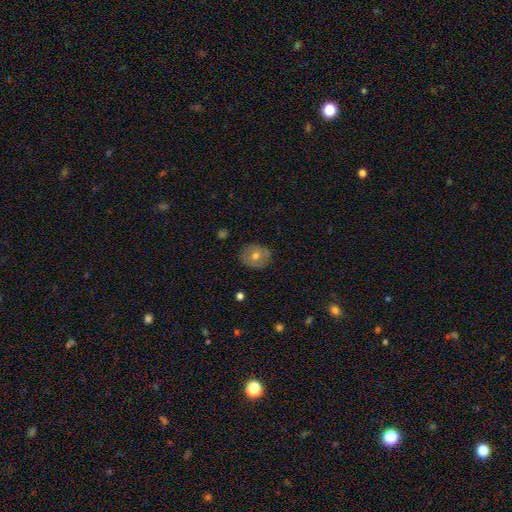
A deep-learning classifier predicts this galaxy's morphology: smooth 60%, featured or disk 30%, star or artifact 10%. Down the decision tree: how rounded — round (65%); merging — none (82%).